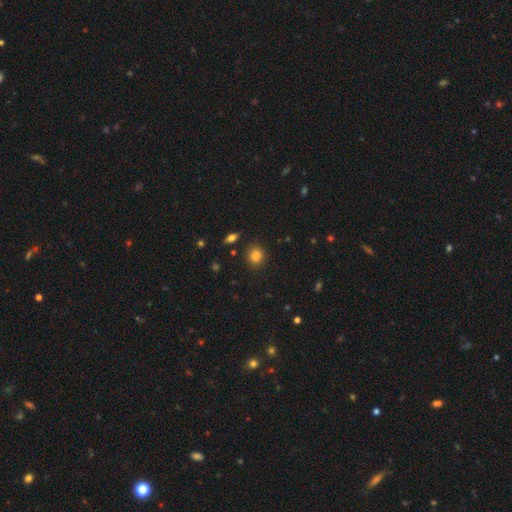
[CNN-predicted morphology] smooth_or_featured: smooth (p=0.84) [alt: star or artifact p=0.11]
how_rounded: round (p=0.73) [alt: in between p=0.26]
merging: none (p=0.87) [alt: minor disturbance p=0.08]